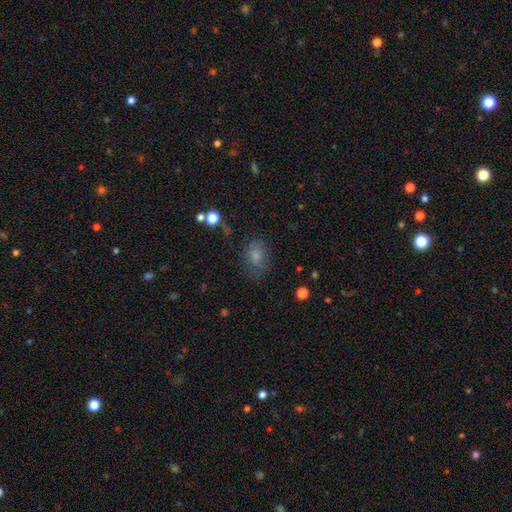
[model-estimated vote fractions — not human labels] smooth_or_featured: smooth (p=0.76) [alt: star or artifact p=0.13]
how_rounded: in between (p=0.69) [alt: round p=0.30]
merging: none (p=0.60) [alt: minor disturbance p=0.24]